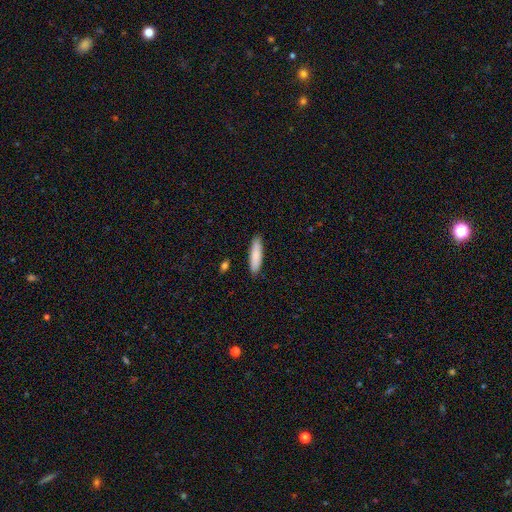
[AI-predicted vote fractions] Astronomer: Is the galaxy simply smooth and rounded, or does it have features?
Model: smooth — 84%.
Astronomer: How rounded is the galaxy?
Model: cigar-shaped — 69%.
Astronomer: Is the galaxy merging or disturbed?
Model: none — 89%.